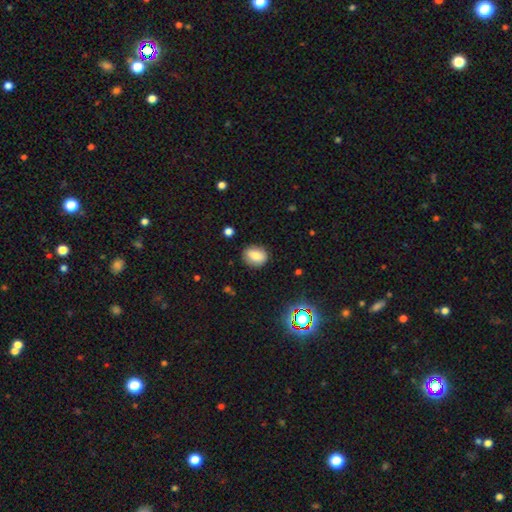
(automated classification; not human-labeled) smooth-or-featured: smooth: 78% | featured or disk: 12% | star or artifact: 11%
  how-rounded: in between: 56% | round: 43% | cigar-shaped: 1%
  merging: none: 83% | minor disturbance: 13% | major disturbance: 3% | merger: 1%